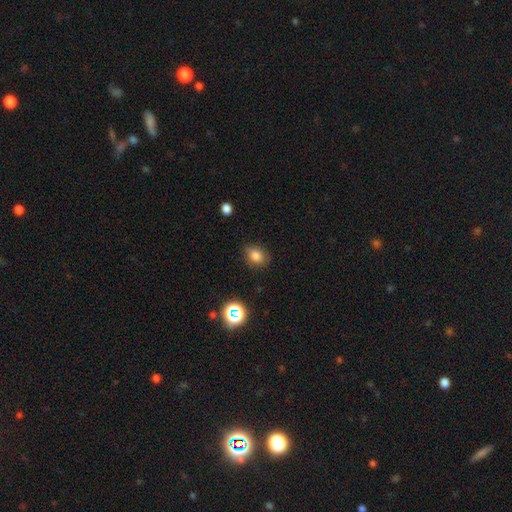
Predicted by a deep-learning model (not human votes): Morphology: type=smooth (80%); roundness=in between (62%); merging=none (81%).